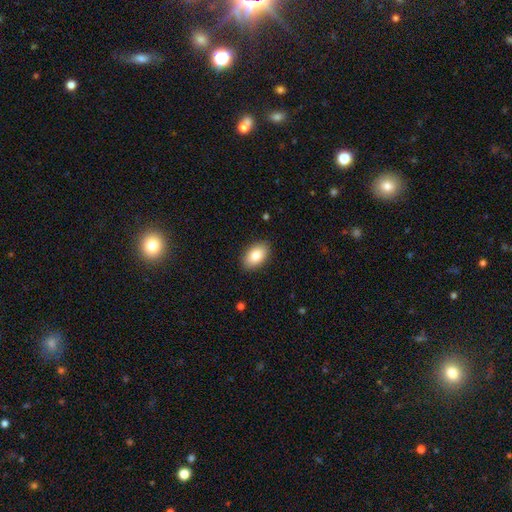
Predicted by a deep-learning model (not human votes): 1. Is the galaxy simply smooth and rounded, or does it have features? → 84% smooth, 9% featured or disk, 7% star or artifact.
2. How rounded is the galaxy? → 91% in between, 7% round, 1% cigar-shaped.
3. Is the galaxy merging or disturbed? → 88% none, 9% minor disturbance, 2% major disturbance, 1% merger.